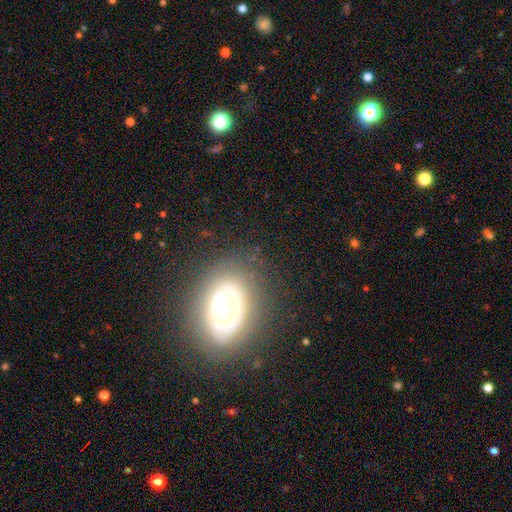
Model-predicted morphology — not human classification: type=smooth (44%); merging=none (83%).